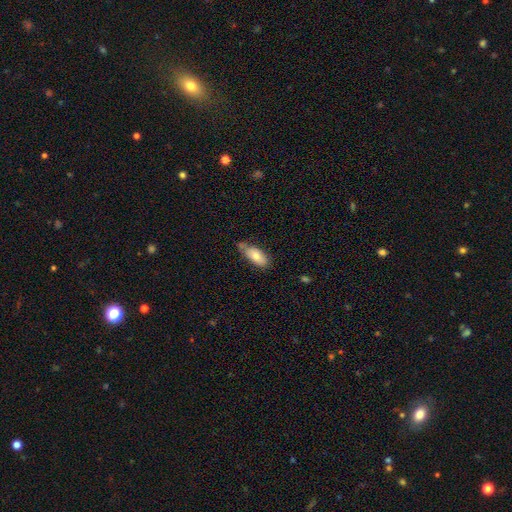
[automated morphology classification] Smooth or featured?
  - smooth: 74% *
  - featured or disk: 19%
  - star or artifact: 7%
How rounded?
  - in between: 85% *
  - cigar-shaped: 13%
  - round: 2%
Merging?
  - none: 54% *
  - minor disturbance: 31%
  - merger: 8%
  - major disturbance: 7%